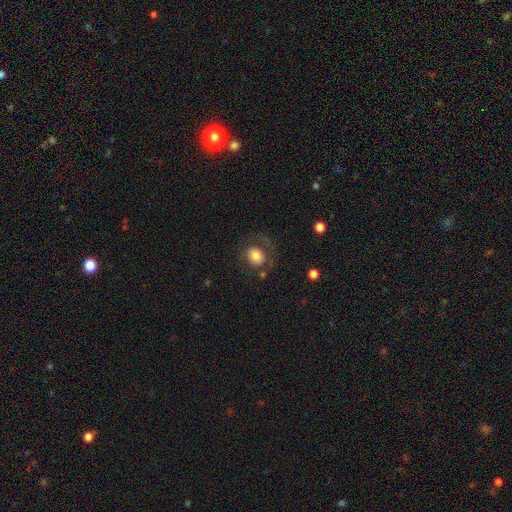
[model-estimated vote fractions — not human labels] Smooth or featured? Predicted: smooth (p=0.71). How rounded? Predicted: round (p=0.67). Merging? Predicted: none (p=0.63).